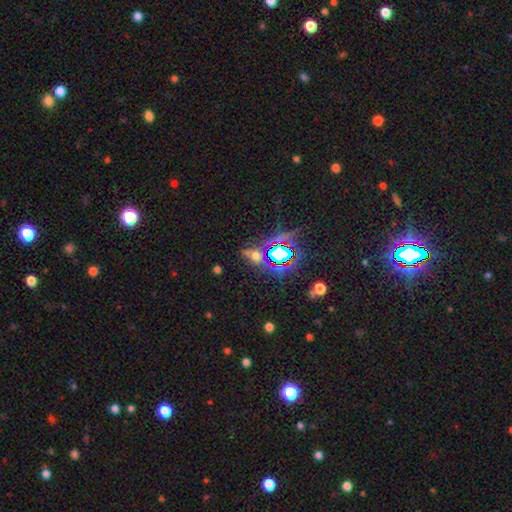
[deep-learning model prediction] Morphology: type=star or artifact (54%).